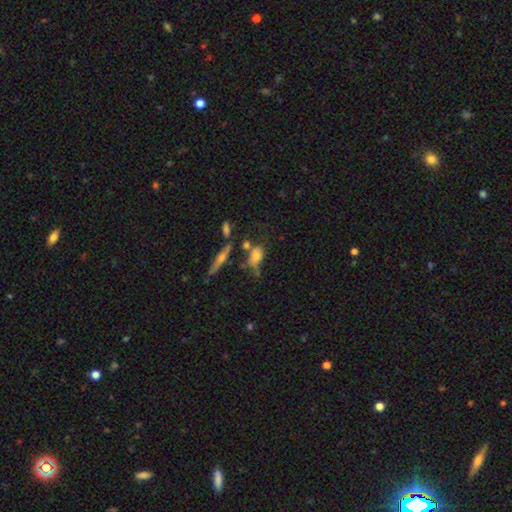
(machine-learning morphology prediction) Smooth or featured? smooth (64%)
How rounded? in between (74%)
Merging? none (37%)